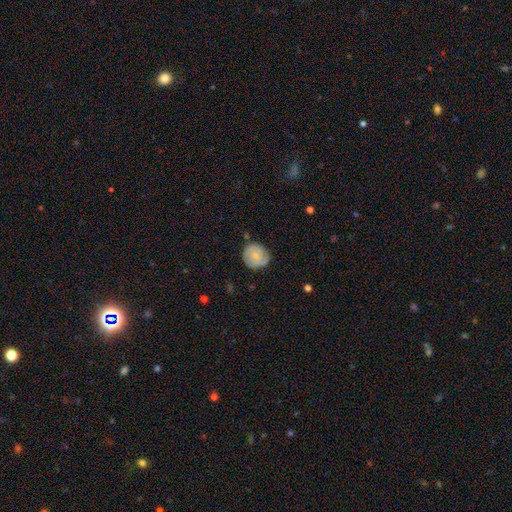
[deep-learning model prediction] A featured or disk galaxy (48%). Merging: none (74%).